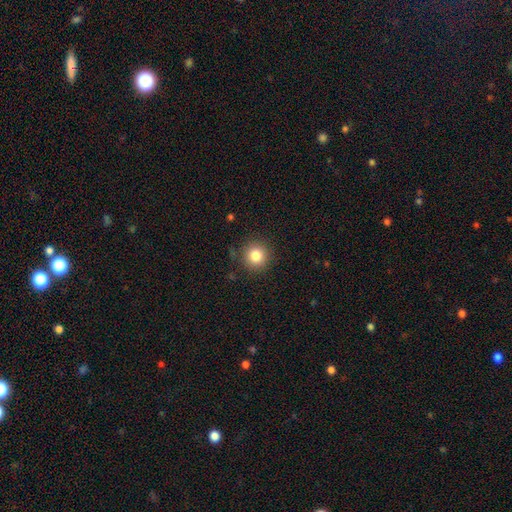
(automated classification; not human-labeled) Smooth or featured: smooth — 83% (star or artifact — 11%)
How rounded: round — 94% (in between — 5%)
Merging: none — 89% (minor disturbance — 7%)